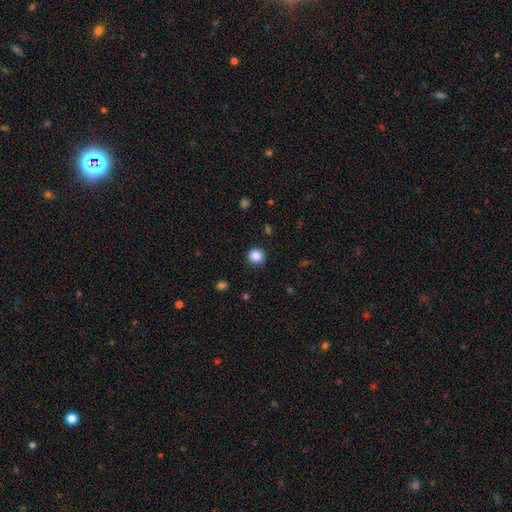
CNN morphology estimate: A smooth galaxy with no disk features (86%) that is round (93%). Merging: none (90%).